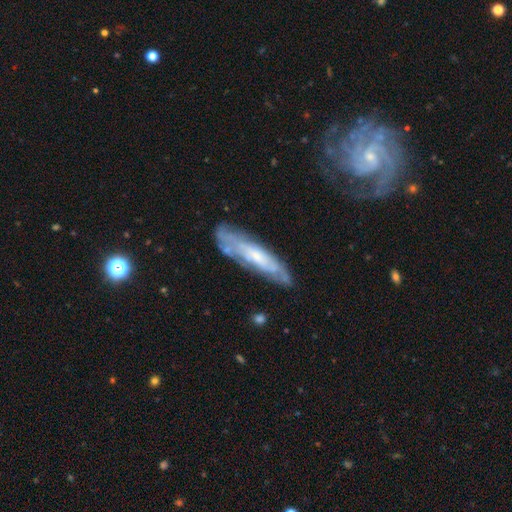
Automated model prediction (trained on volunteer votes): Overall: featured or disk (62%; smooth 31%). Edge-on disk: no (60%; yes 40%). Merging: none (69%).